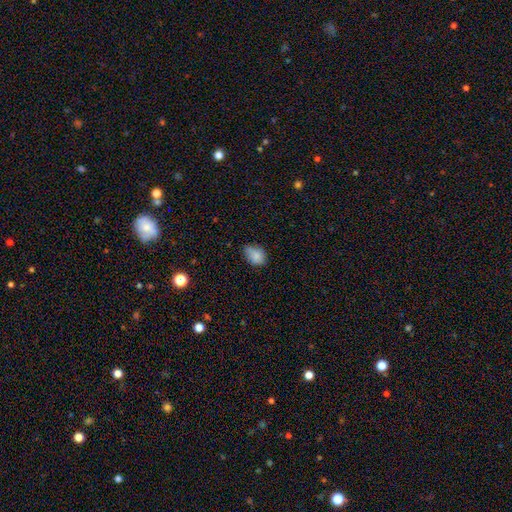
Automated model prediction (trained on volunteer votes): A smooth galaxy with no disk features (84%) that is in between round and cigar-shaped (71%).

Vote fractions:
- Smooth or featured? smooth: 84% / star or artifact: 9% / featured or disk: 7%
- How rounded? in between: 71% / round: 28% / cigar-shaped: 1%
- Merging? none: 55% / minor disturbance: 36% / major disturbance: 7% / merger: 2%